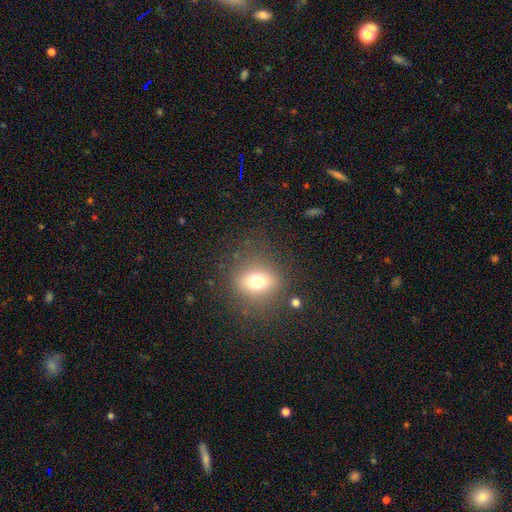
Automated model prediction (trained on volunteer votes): Morphology: type=smooth (56%); roundness=round (61%); merging=none (85%).